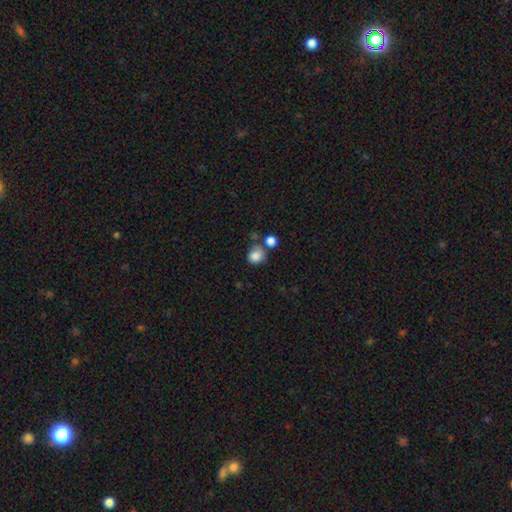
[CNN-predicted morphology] smooth_or_featured: smooth (p=0.84) [alt: star or artifact p=0.10]
how_rounded: round (p=0.81) [alt: in between p=0.18]
merging: none (p=0.60) [alt: merger p=0.20]